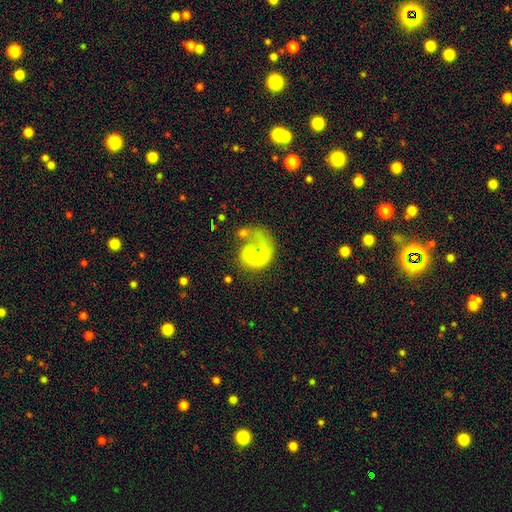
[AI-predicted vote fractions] Smooth or featured?
  - featured or disk: 58% *
  - smooth: 33%
  - star or artifact: 9%
Edge-on disk?
  - no: 98% *
  - yes: 2%
Bar?
  - no: 77% *
  - weak: 18%
  - strong: 4%
Spiral arms?
  - yes: 68% *
  - no: 32%
Bulge size?
  - none: 52% *
  - small: 22%
  - moderate: 17%
  - large: 6%
  - dominant: 3%
Merging?
  - major disturbance: 46% *
  - none: 29%
  - minor disturbance: 13%
  - merger: 11%